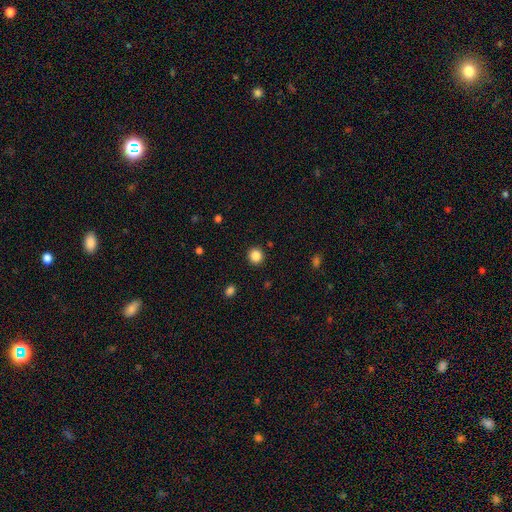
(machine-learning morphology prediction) Q: Smooth or featured?
A: smooth (85%); runner-up: star or artifact (11%)
Q: How rounded?
A: round (92%); runner-up: in between (7%)
Q: Merging?
A: none (92%); runner-up: minor disturbance (5%)